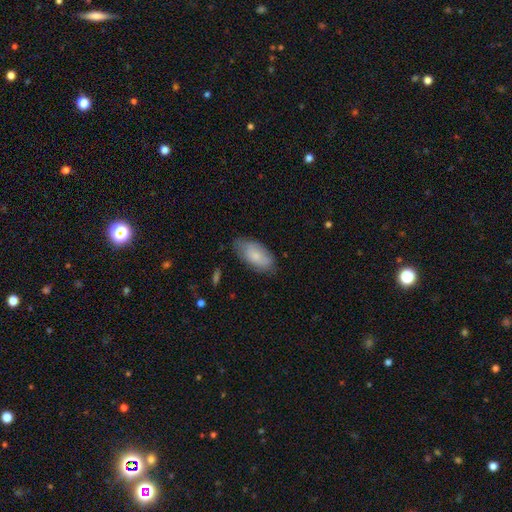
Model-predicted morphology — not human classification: Overall: smooth (77%). How rounded: in between (93%). Merging: none (70%).